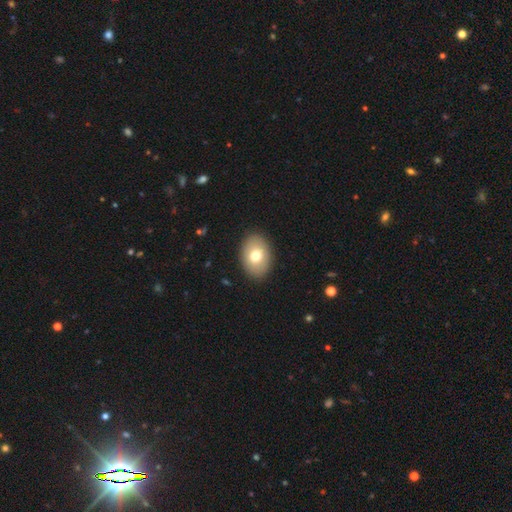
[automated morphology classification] Q: Smooth or featured?
A: smooth (76%); runner-up: featured or disk (17%)
Q: How rounded?
A: in between (82%); runner-up: round (17%)
Q: Merging?
A: none (90%); runner-up: minor disturbance (7%)